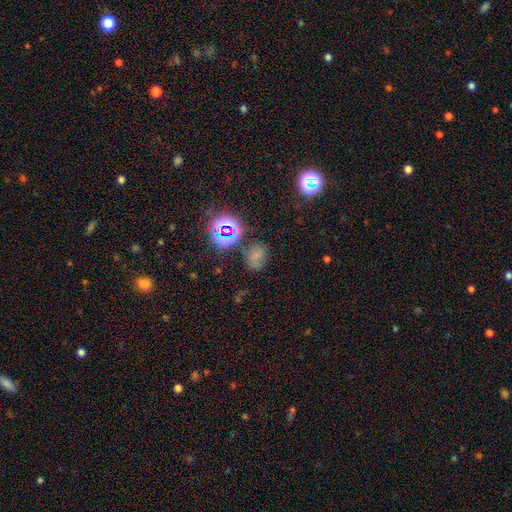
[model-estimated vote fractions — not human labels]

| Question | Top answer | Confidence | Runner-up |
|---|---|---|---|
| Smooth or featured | smooth | 53% | star or artifact (35%) |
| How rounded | in between | 58% | round (41%) |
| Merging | none | 70% | minor disturbance (18%) |